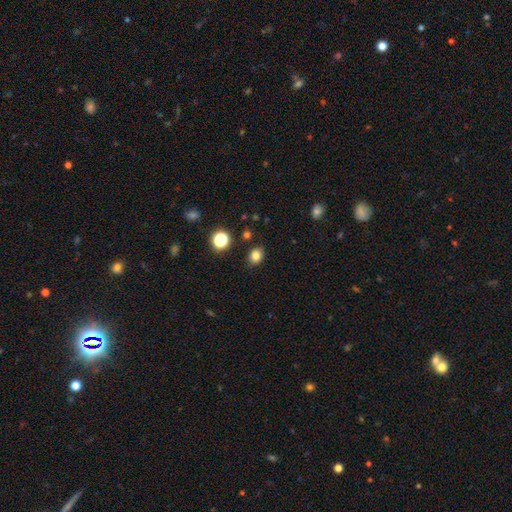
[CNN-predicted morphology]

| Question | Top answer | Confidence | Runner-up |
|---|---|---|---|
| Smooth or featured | smooth | 81% | star or artifact (13%) |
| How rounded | in between | 50% | round (49%) |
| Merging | none | 86% | minor disturbance (9%) |